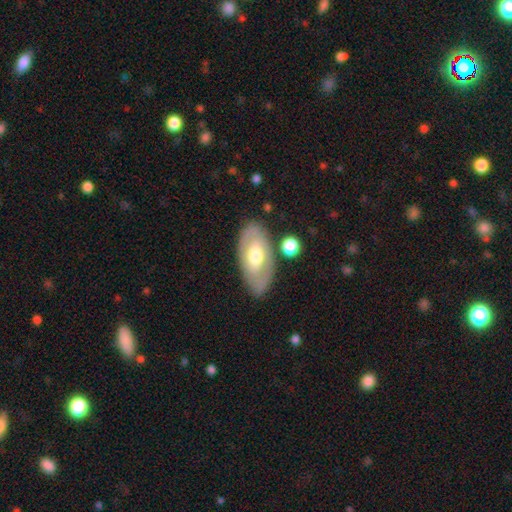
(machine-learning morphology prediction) This is possibly a featured or disk galaxy (49%). Merging: likely none (77%).